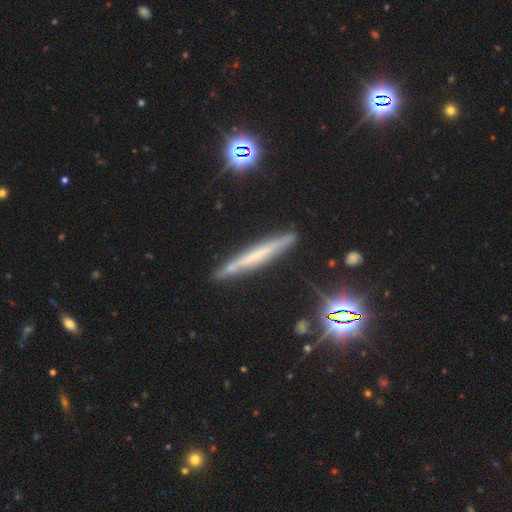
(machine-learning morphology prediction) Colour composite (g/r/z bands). It shows a featured or disk galaxy (53%) viewed edge-on (93%). Merging: none (82%).